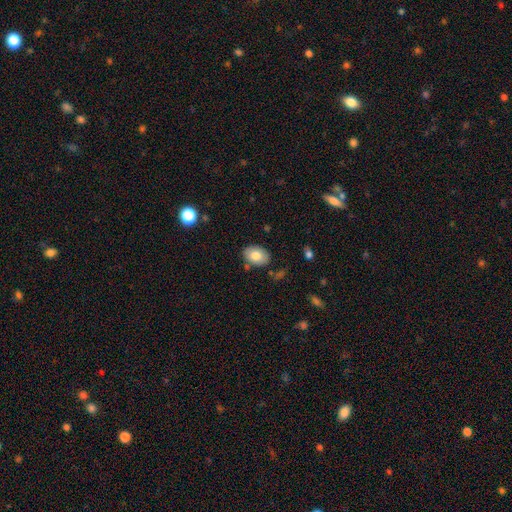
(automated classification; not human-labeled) smooth 78%, featured or disk 14%, star or artifact 7%. Down the decision tree: how rounded — in between (83%); merging — none (82%).